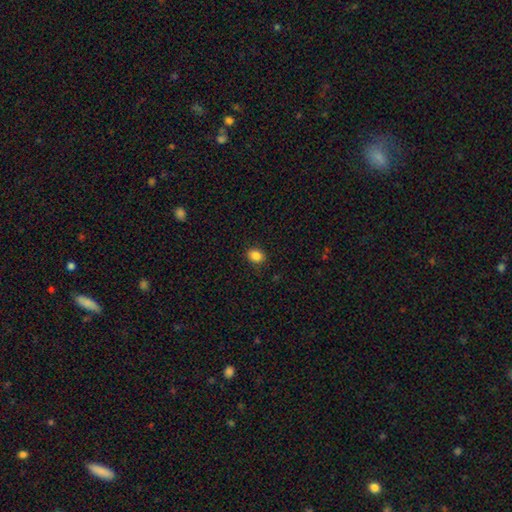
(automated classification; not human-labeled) smooth 86%, star or artifact 10%, featured or disk 4%. Down the decision tree: how rounded — round (50%); merging — none (87%).